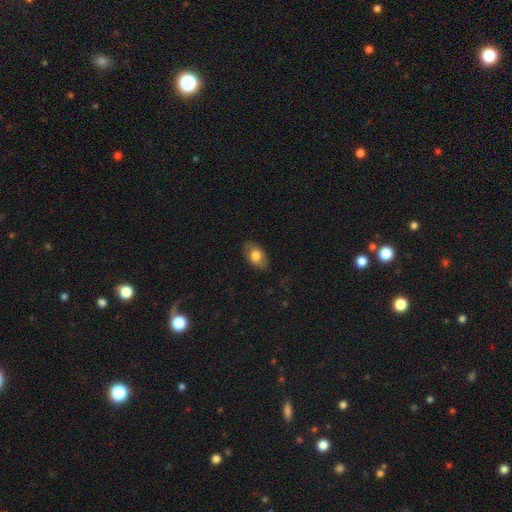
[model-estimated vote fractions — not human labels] Morphology: type=smooth (74%); roundness=in between (89%); merging=none (81%).